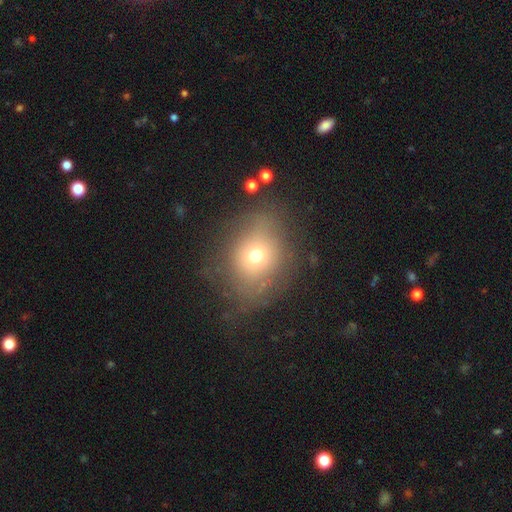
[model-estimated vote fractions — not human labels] This appears to be a smooth galaxy with no disk features (63%) that is round (60%). Merging: none (65%).